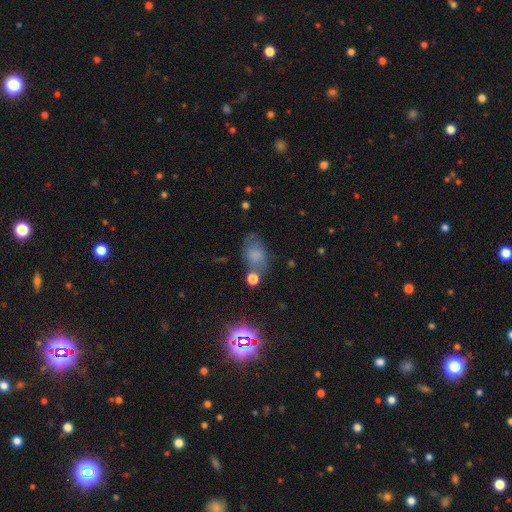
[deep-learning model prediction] This is likely a smooth galaxy (69%). How rounded: clearly in between (81%). Merging: possibly none (46%).